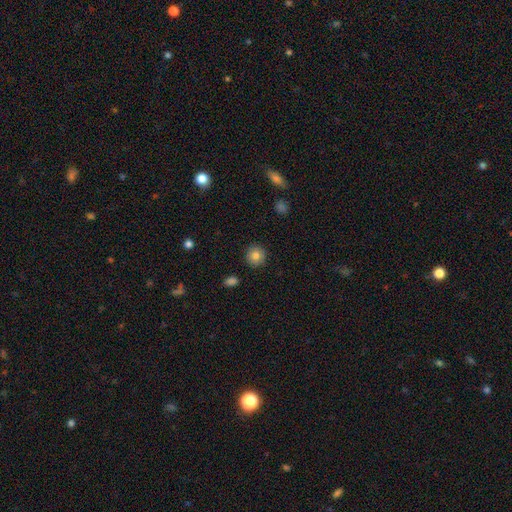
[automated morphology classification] Smooth or featured? Predicted: smooth (p=0.82). How rounded? Predicted: round (p=0.92). Merging? Predicted: none (p=0.91).